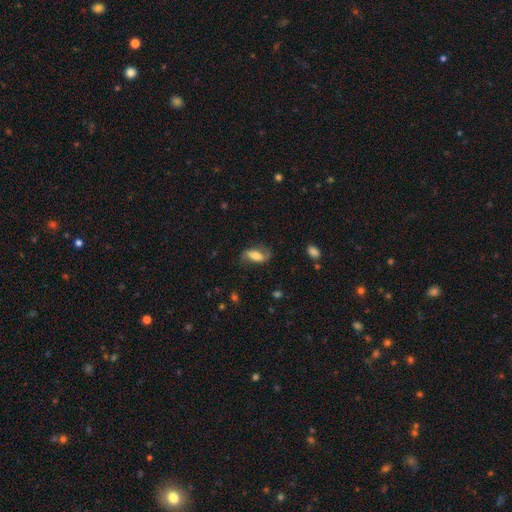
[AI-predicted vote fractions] Q: Smooth or featured?
A: featured or disk (49%); runner-up: smooth (43%)
Q: Merging?
A: none (69%); runner-up: minor disturbance (20%)